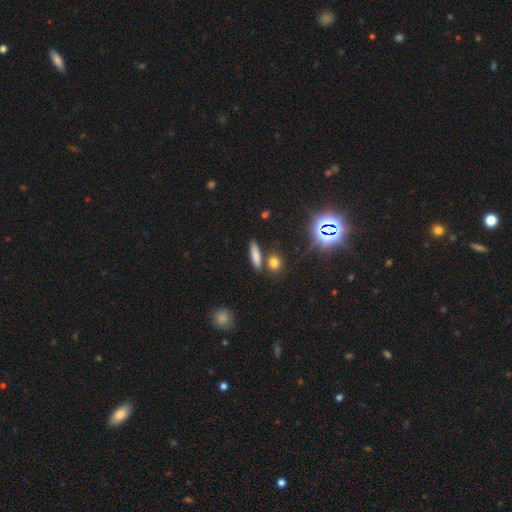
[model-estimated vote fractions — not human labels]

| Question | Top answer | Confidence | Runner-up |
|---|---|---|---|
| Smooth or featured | smooth | 74% | star or artifact (15%) |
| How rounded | cigar-shaped | 69% | in between (24%) |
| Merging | none | 75% | merger (12%) |